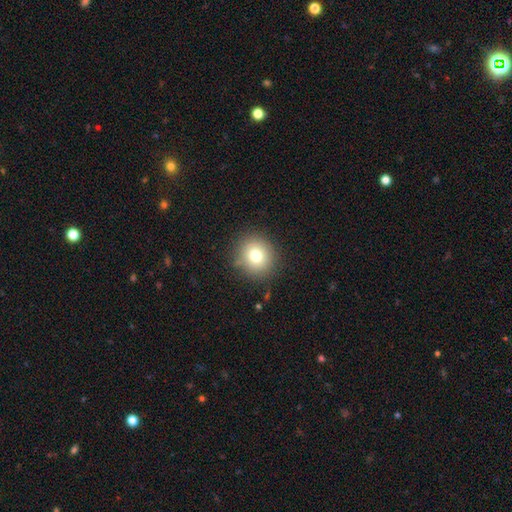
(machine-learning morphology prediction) Smooth or featured?
  - smooth: 76% *
  - star or artifact: 12%
  - featured or disk: 12%
How rounded?
  - round: 88% *
  - in between: 12%
  - cigar-shaped: 1%
Merging?
  - none: 87% *
  - minor disturbance: 9%
  - major disturbance: 3%
  - merger: 2%